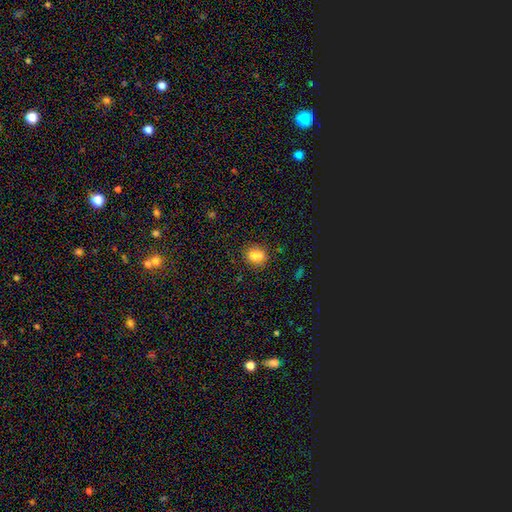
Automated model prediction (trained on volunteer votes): Q: Smooth or featured?
A: smooth (74%); runner-up: featured or disk (14%)
Q: How rounded?
A: round (67%); runner-up: in between (32%)
Q: Merging?
A: none (53%); runner-up: merger (29%)